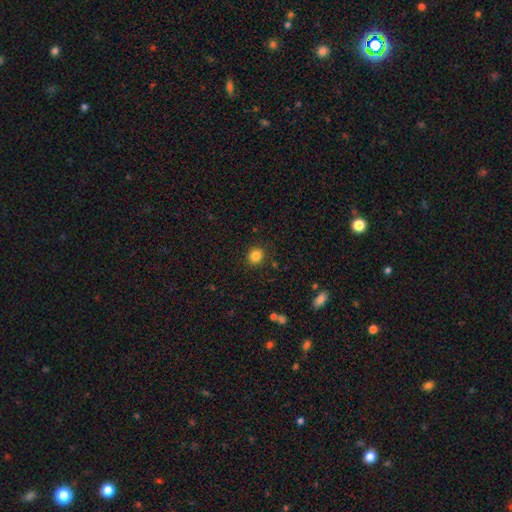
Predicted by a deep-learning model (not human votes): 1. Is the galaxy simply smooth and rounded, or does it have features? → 84% smooth, 11% star or artifact, 5% featured or disk.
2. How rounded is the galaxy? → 77% round, 22% in between, 1% cigar-shaped.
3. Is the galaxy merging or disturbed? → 89% none, 7% minor disturbance, 2% major disturbance, 1% merger.